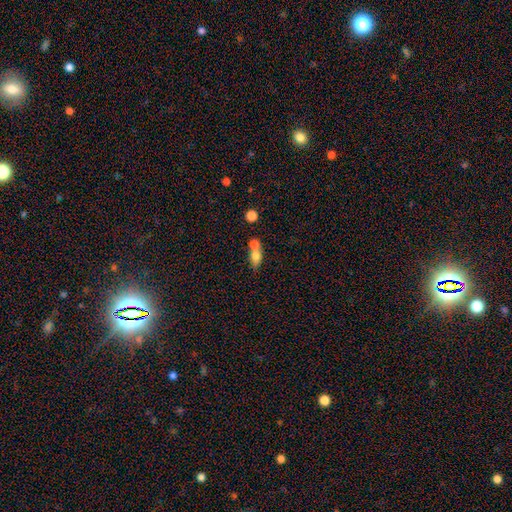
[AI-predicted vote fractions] The model was most divided on "merging": merger: 54%, none: 32%, minor disturbance: 9%, major disturbance: 4%. More confident: smooth or featured — smooth (75%); how rounded — in between (61%).